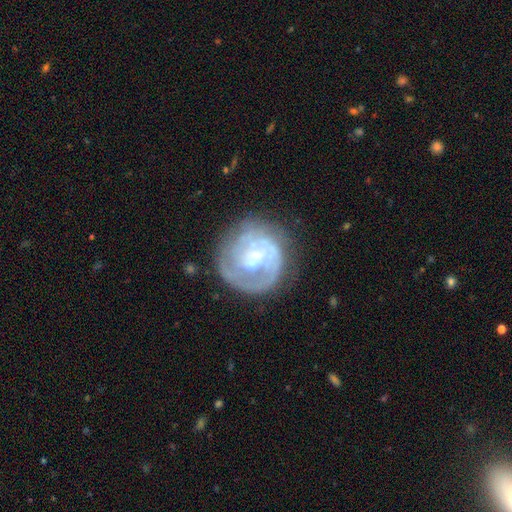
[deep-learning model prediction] This is likely a featured or disk galaxy (70%). It is clearly not viewed edge-on (98%). Bar: likely no (65%). Spiral arm pattern: likely yes (72%). Central bulge: possibly small (54%). Merging: likely none (65%).